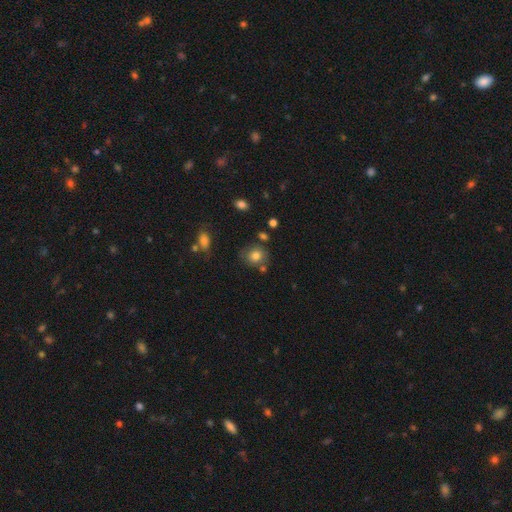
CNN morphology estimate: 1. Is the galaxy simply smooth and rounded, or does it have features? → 79% smooth, 11% star or artifact, 10% featured or disk.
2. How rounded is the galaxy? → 74% round, 25% in between, 1% cigar-shaped.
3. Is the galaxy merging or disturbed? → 71% none, 16% minor disturbance, 8% merger, 5% major disturbance.